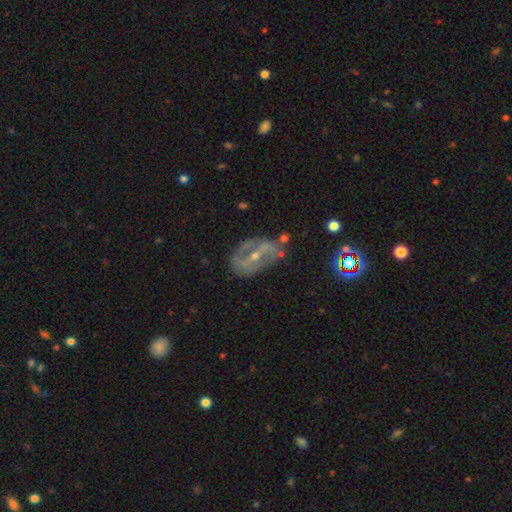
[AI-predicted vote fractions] The model was most divided on "bar": strong: 51%, weak: 31%, no: 17%. More confident: edge-on disk — no (92%); smooth or featured — featured or disk (76%); spiral arms — yes (68%); bulge size — small (63%); merging — none (59%).